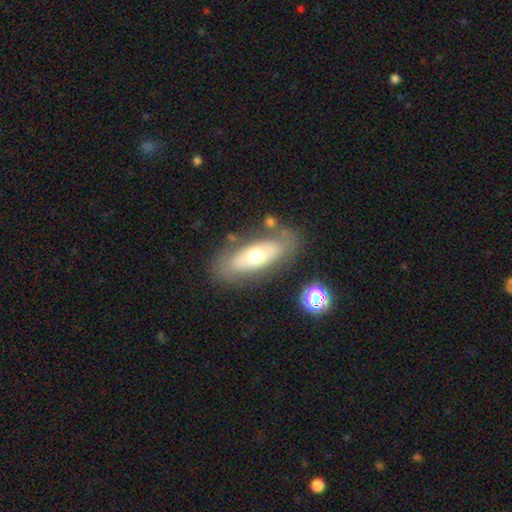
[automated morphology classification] Smooth or featured: smooth — 52% (featured or disk — 41%)
How rounded: in between — 72% (cigar-shaped — 25%)
Merging: none — 74% (minor disturbance — 15%)